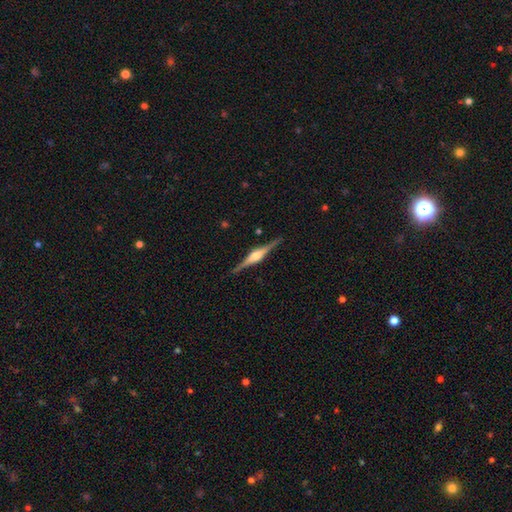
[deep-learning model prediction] Smooth or featured: featured or disk — 86% (smooth — 9%)
Edge-on disk: yes — 98% (no — 2%)
Edge-on bulge: rounded — 79% (boxy — 18%)
Merging: none — 90% (minor disturbance — 7%)